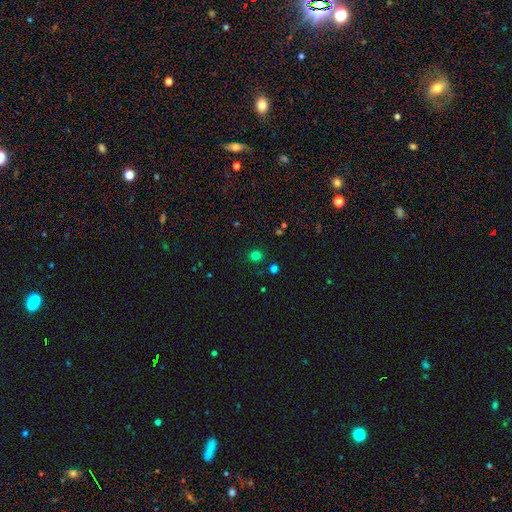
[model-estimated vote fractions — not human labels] A smooth galaxy with no disk features (77%) that is round (86%). Merging: none (88%).